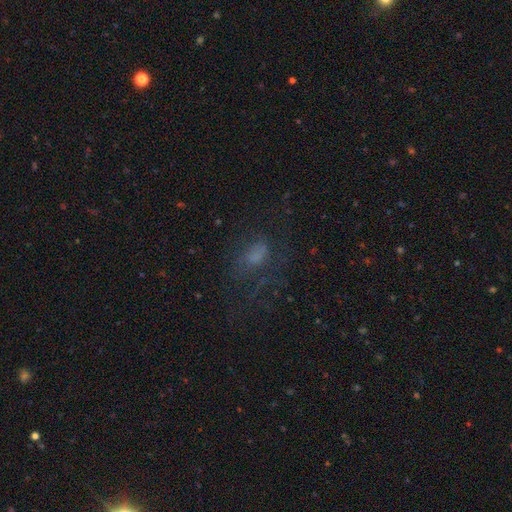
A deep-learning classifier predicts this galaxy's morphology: smooth_or_featured: smooth (p=0.45) [alt: featured or disk p=0.29]
merging: none (p=0.46) [alt: major disturbance p=0.32]